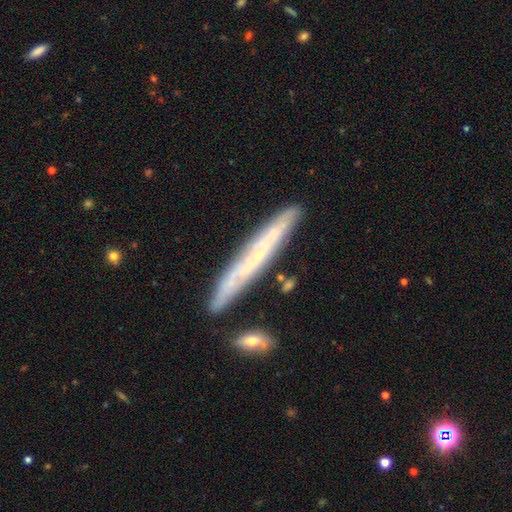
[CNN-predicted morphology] smooth_or_featured: featured or disk (p=0.52) [alt: smooth p=0.40]
disk_edge_on: yes (p=0.86) [alt: no p=0.14]
merging: none (p=0.82) [alt: minor disturbance p=0.11]